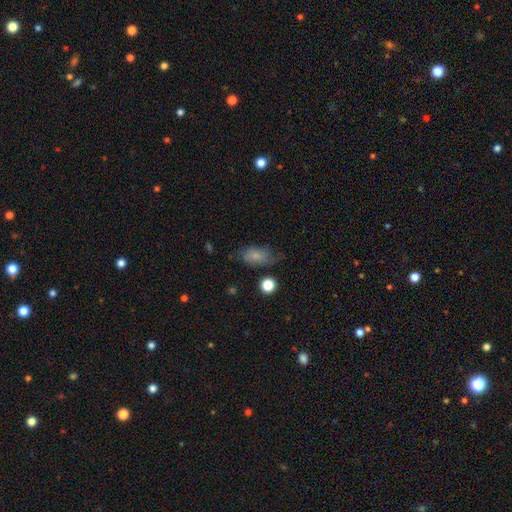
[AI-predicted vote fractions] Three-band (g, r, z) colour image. It shows a smooth galaxy with no disk features (77%) that is in between round and cigar-shaped (87%). Merging: none (57%).